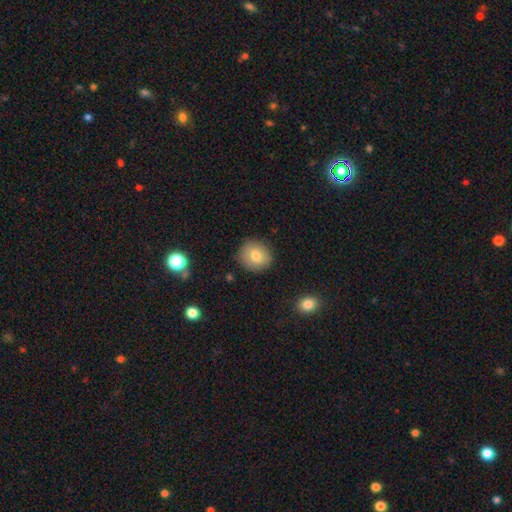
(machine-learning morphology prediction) smooth_or_featured: smooth (p=0.77) [alt: featured or disk p=0.14]
how_rounded: round (p=0.83) [alt: in between p=0.16]
merging: none (p=0.85) [alt: minor disturbance p=0.11]